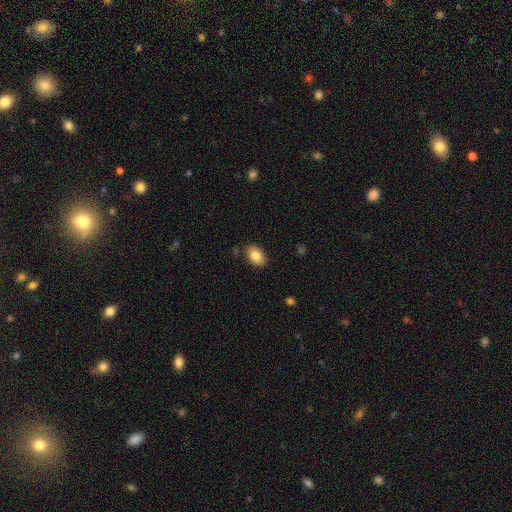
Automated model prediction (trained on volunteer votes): smooth_or_featured: smooth (p=0.85) [alt: featured or disk p=0.08]
how_rounded: in between (p=0.84) [alt: round p=0.15]
merging: none (p=0.84) [alt: minor disturbance p=0.12]